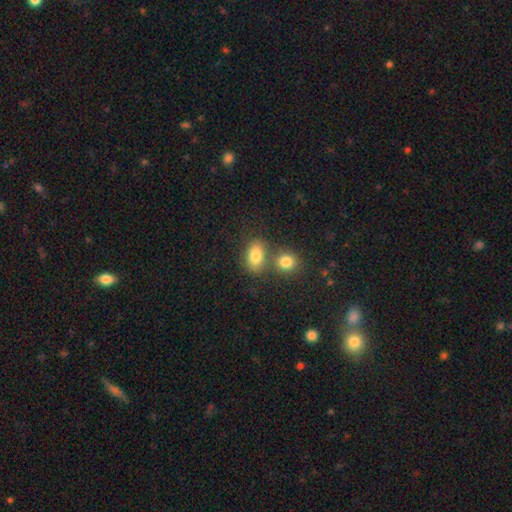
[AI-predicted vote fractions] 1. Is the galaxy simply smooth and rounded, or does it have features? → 81% smooth, 10% star or artifact, 9% featured or disk.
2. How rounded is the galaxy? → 77% in between, 21% round, 2% cigar-shaped.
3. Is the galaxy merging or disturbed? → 52% none, 34% merger, 10% minor disturbance, 4% major disturbance.